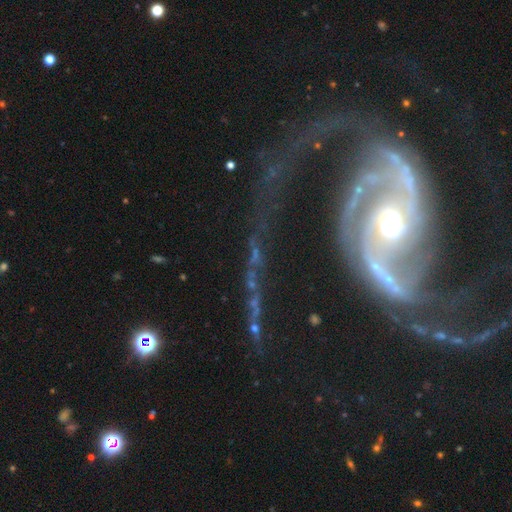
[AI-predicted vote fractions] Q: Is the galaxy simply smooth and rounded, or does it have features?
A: featured or disk — 91%.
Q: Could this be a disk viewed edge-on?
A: no — 96%.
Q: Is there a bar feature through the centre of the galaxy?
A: no — 51%.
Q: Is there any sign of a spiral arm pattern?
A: yes — 96%.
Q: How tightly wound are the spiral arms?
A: medium — 44%.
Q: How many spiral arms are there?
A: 2 — 74%.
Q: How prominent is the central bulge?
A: moderate — 67%.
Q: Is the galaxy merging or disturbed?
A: none — 46%.